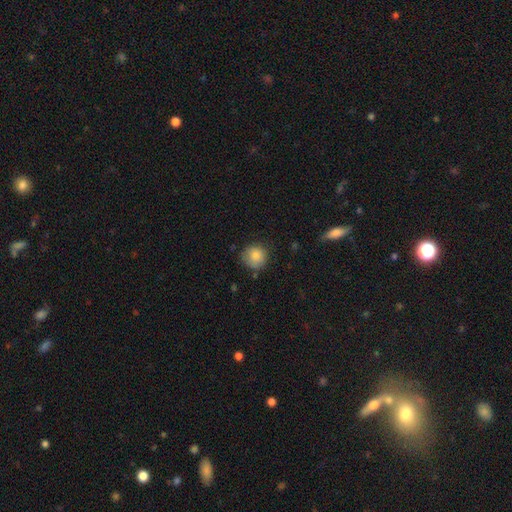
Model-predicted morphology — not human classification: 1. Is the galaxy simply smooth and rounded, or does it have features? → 85% smooth, 9% star or artifact, 6% featured or disk.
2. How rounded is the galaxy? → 91% round, 8% in between, 1% cigar-shaped.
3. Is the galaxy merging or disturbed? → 76% none, 18% minor disturbance, 4% major disturbance, 2% merger.